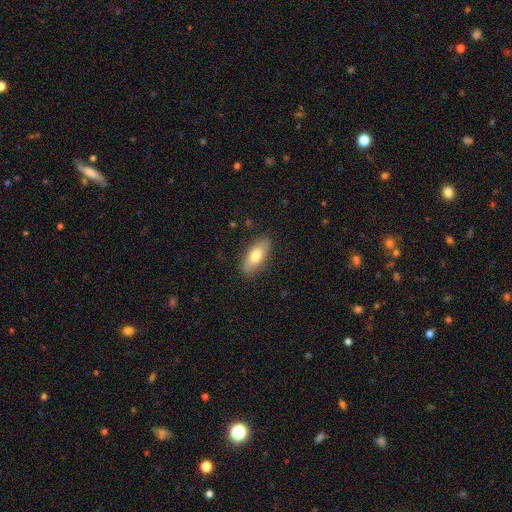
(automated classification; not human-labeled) Smooth or featured? smooth (73%)
How rounded? in between (82%)
Merging? none (84%)